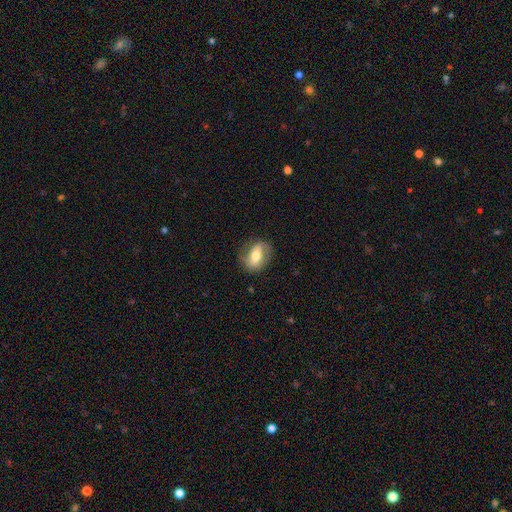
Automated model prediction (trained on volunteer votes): The model was most divided on "smooth or featured": featured or disk: 49%, smooth: 44%, star or artifact: 7%. More confident: merging — none (76%).